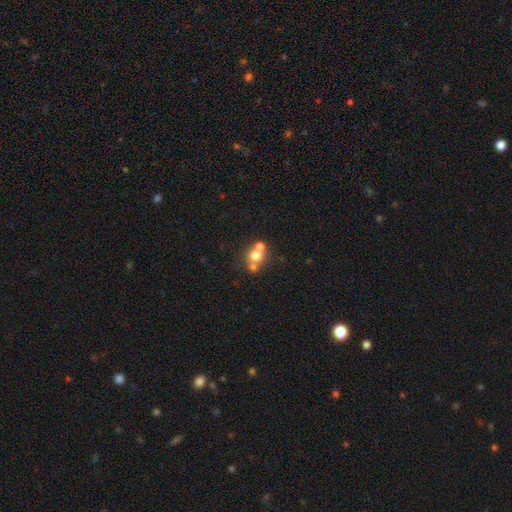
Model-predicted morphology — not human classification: This appears to be a smooth galaxy with no disk features (64%) that is round (81%). Merging: merger (49%).